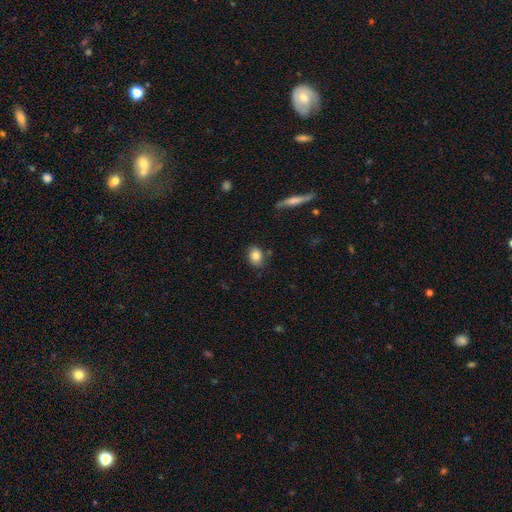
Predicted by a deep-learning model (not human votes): Overall: smooth (82%). How rounded: in between (62%; round 37%). Merging: none (78%).